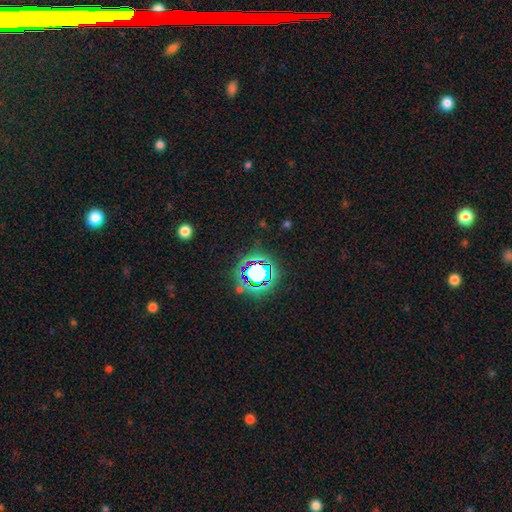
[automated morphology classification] Smooth or featured?
  - star or artifact: 79% *
  - smooth: 13%
  - featured or disk: 8%